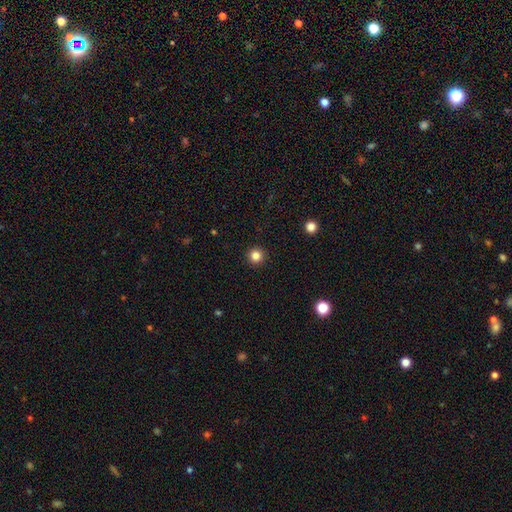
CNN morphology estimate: This is clearly a smooth galaxy (83%). How rounded: clearly round (96%). Merging: clearly none (93%).